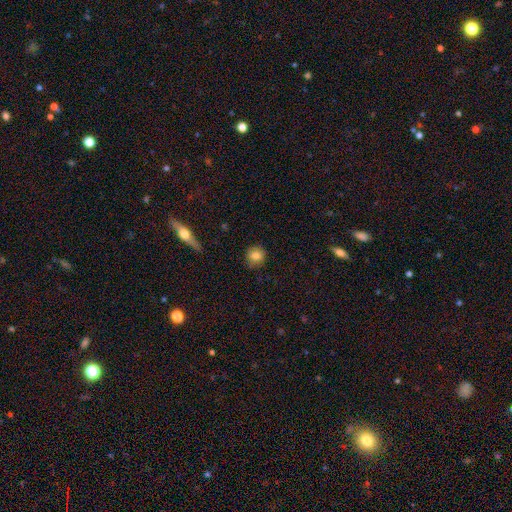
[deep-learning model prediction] smooth 81%, star or artifact 10%, featured or disk 9%. Down the decision tree: how rounded — round (87%); merging — none (85%).